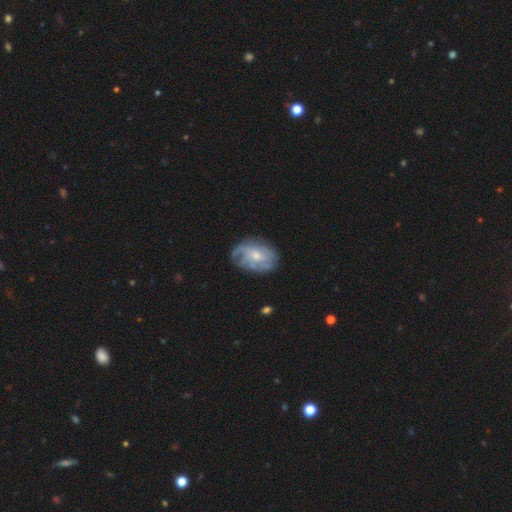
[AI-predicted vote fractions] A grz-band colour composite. It shows a featured or disk galaxy (68%) with no bar (70%), tight (42%) spiral arms (82%) and a small central bulge (48%). Merging: none (64%).